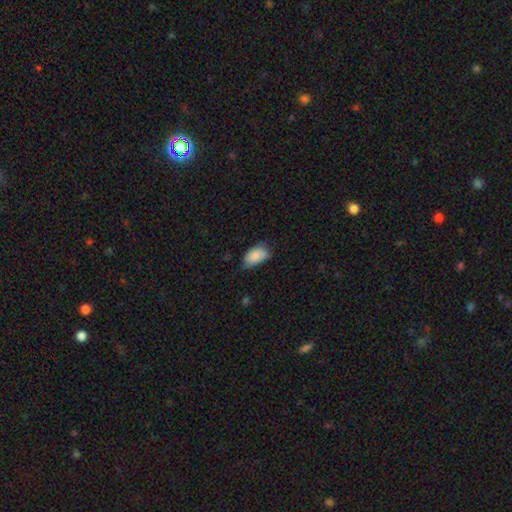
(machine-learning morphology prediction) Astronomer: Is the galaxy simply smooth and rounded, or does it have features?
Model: smooth — 86%.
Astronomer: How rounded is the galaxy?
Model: in between — 93%.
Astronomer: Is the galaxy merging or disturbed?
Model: none — 49% (runner-up: minor disturbance, 41%).